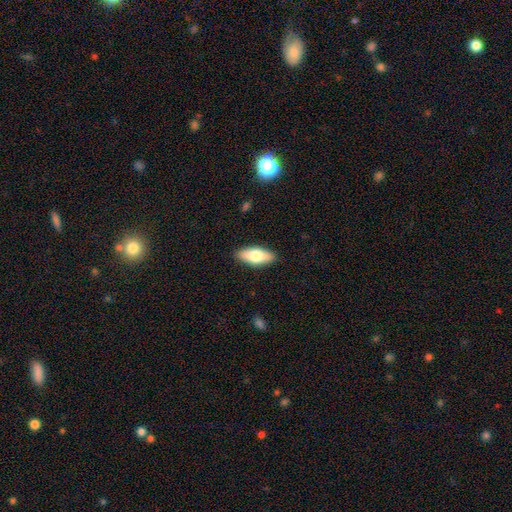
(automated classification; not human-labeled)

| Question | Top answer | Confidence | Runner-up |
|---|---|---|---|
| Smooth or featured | smooth | 72% | featured or disk (22%) |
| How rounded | in between | 81% | cigar-shaped (17%) |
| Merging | none | 88% | minor disturbance (9%) |